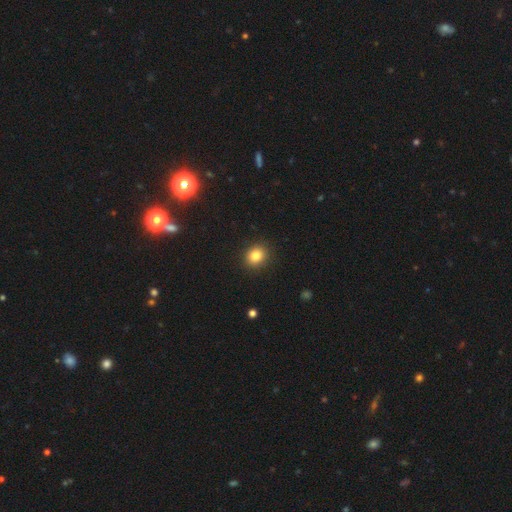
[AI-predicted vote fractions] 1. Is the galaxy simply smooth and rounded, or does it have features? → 83% smooth, 11% star or artifact, 6% featured or disk.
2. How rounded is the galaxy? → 73% round, 26% in between, 1% cigar-shaped.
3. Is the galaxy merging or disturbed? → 91% none, 6% minor disturbance, 2% major disturbance, 1% merger.